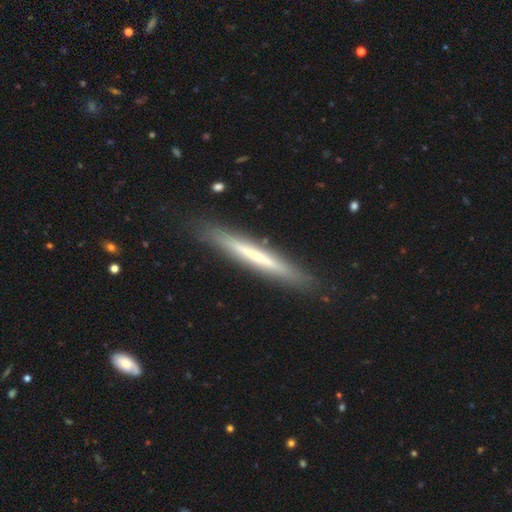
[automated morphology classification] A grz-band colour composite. It shows a featured or disk galaxy (49%). Merging: none (88%).